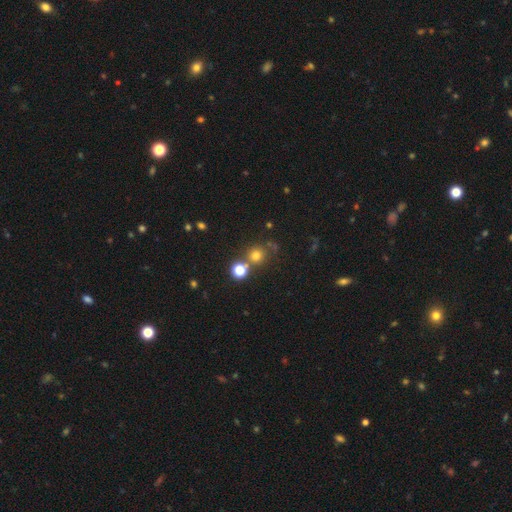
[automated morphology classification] type=smooth (69%); roundness=round (91%); merging=none (67%).